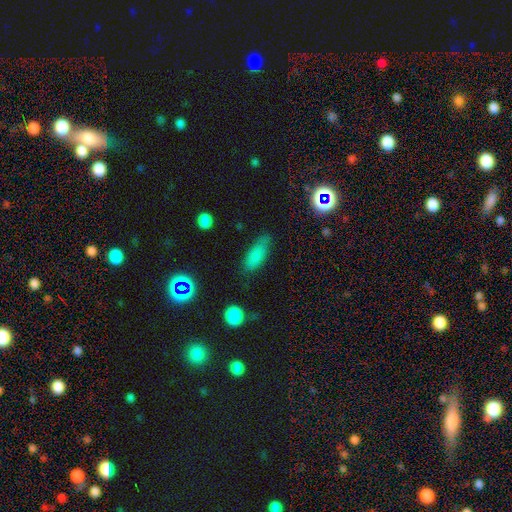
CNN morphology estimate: This appears to be a smooth galaxy with no disk features (80%) that is in between round and cigar-shaped (73%). Merging: none (71%).